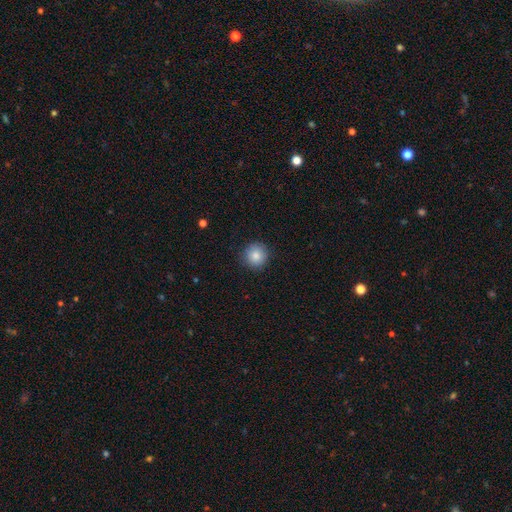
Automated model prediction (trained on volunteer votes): Q: Smooth or featured?
A: smooth (84%); runner-up: star or artifact (9%)
Q: How rounded?
A: round (94%); runner-up: in between (5%)
Q: Merging?
A: none (88%); runner-up: minor disturbance (9%)